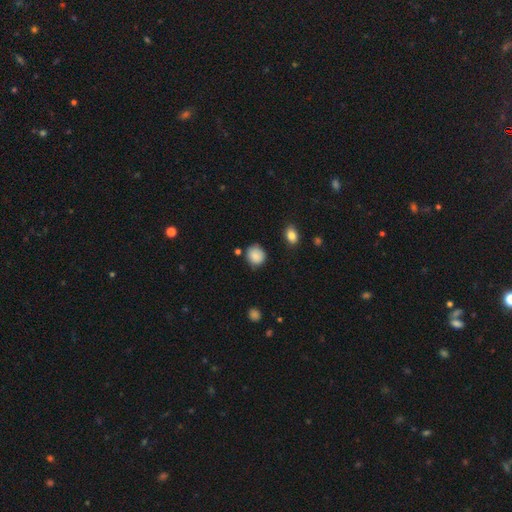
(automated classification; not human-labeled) Morphology: type=smooth (87%); roundness=round (81%); merging=none (77%).